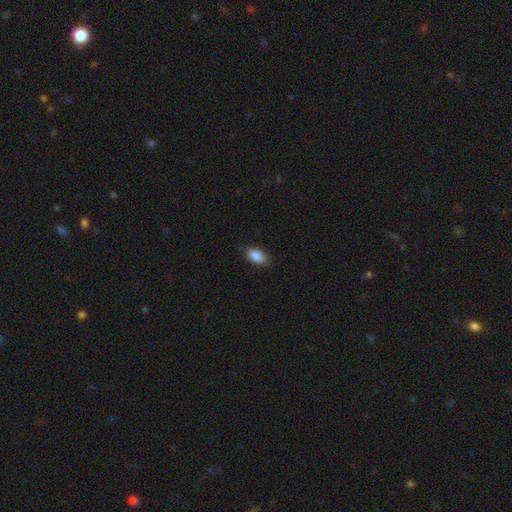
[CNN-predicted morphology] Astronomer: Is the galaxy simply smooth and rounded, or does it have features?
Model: smooth — 87%.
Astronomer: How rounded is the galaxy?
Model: in between — 92%.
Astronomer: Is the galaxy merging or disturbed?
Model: none — 81%.